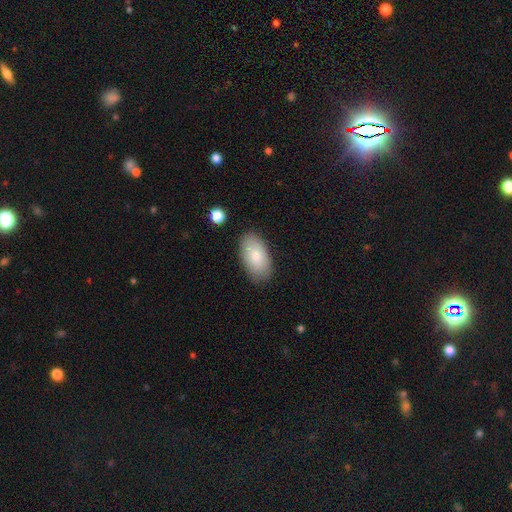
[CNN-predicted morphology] Smooth or featured: smooth — 83% (featured or disk — 11%)
How rounded: in between — 95% (round — 3%)
Merging: none — 82% (minor disturbance — 13%)